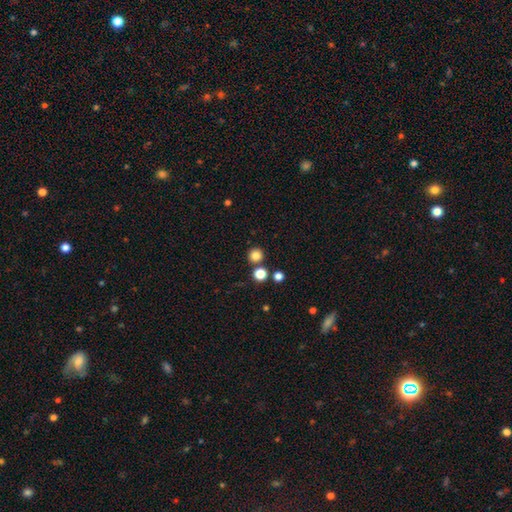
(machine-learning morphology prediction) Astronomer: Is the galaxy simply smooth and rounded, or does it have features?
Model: smooth — 82%.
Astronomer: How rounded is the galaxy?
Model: round — 94%.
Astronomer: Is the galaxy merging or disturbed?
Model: none — 82%.